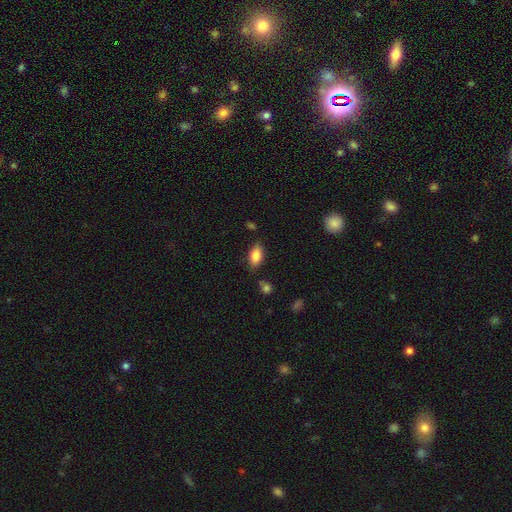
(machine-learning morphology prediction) Smooth or featured?
  - smooth: 85% *
  - star or artifact: 8%
  - featured or disk: 7%
How rounded?
  - in between: 91% *
  - round: 5%
  - cigar-shaped: 4%
Merging?
  - none: 77% *
  - minor disturbance: 16%
  - major disturbance: 4%
  - merger: 3%